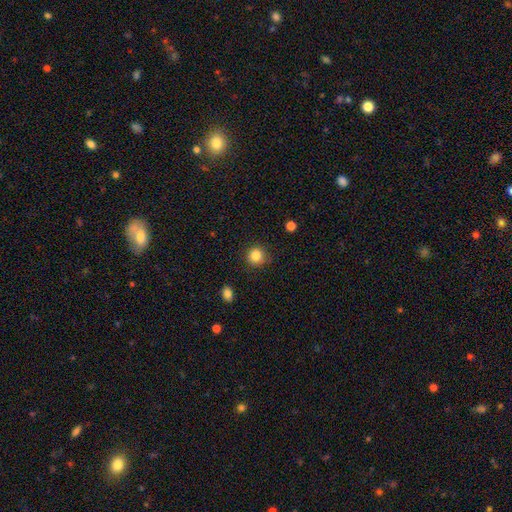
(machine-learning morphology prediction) This appears to be a smooth galaxy with no disk features (85%) that is round (92%). Merging: none (87%).